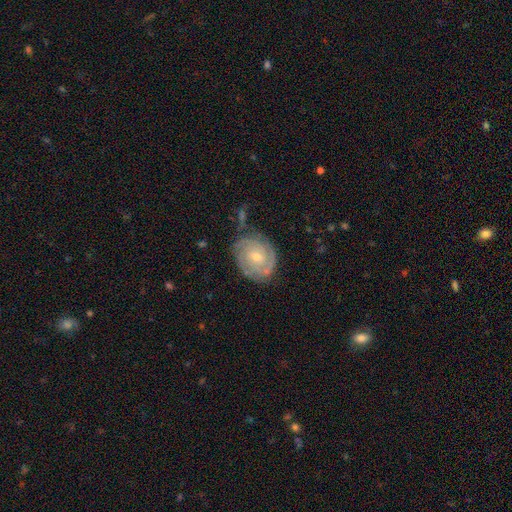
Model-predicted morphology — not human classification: A featured or disk galaxy (77%) with no bar (71%), 2 (40%) tight (71%) spiral arms (92%) and a small central bulge (52%). Merging: none (70%).